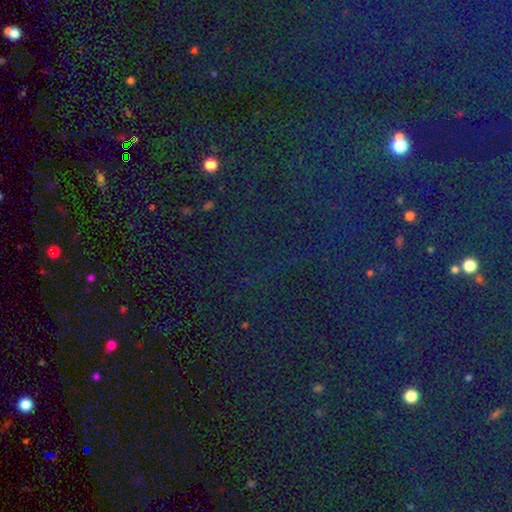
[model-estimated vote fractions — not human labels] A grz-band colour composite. It shows a star or artifact, not a galaxy (81%).